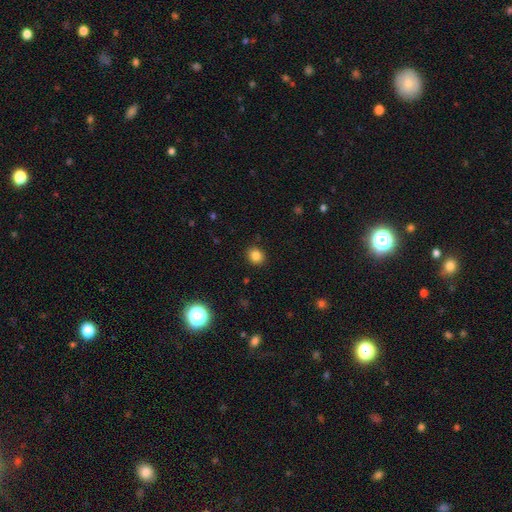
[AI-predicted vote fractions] Smooth or featured: smooth — 83% (star or artifact — 12%)
How rounded: round — 71% (in between — 28%)
Merging: none — 90% (minor disturbance — 7%)